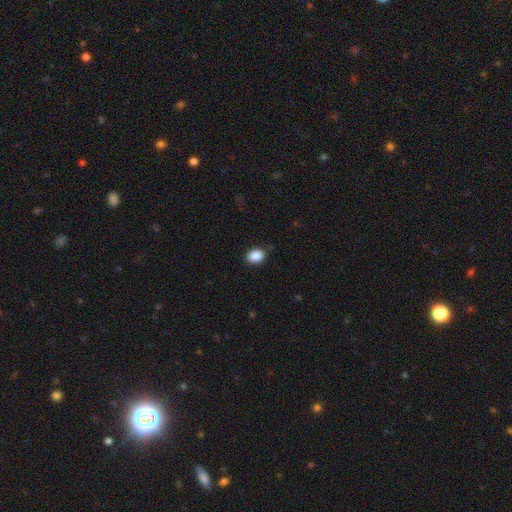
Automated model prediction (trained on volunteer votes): A smooth galaxy with no disk features (89%) that is in between round and cigar-shaped (66%). Merging: none (87%).